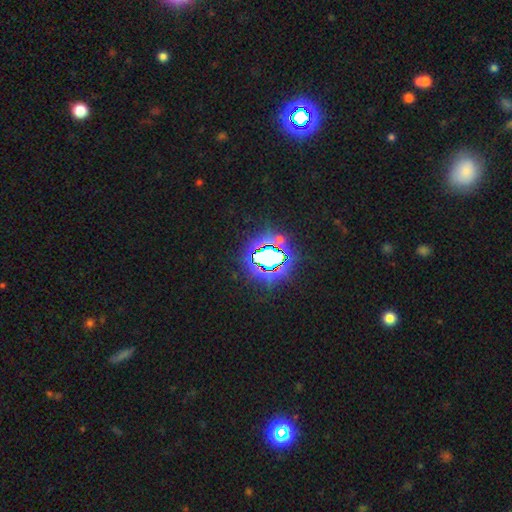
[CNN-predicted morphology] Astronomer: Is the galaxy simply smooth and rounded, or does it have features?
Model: star or artifact — 82%.